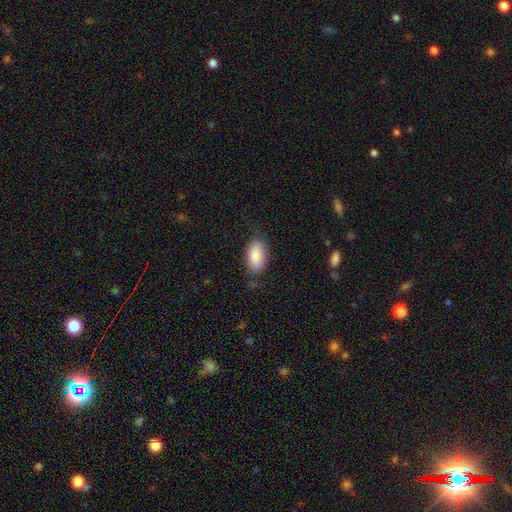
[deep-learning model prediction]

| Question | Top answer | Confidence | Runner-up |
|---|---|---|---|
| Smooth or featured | smooth | 89% | star or artifact (6%) |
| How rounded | in between | 94% | round (3%) |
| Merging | none | 78% | minor disturbance (16%) |